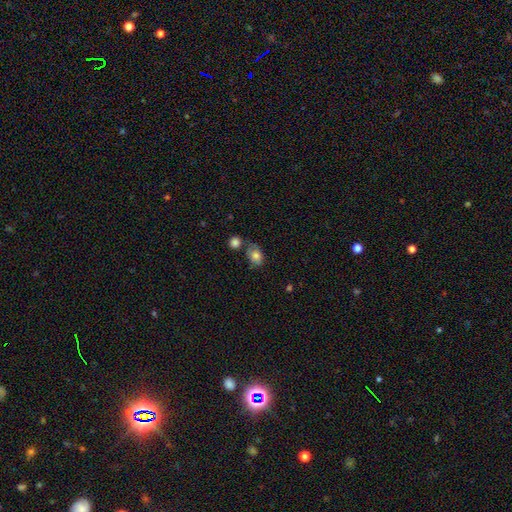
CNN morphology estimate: smooth-or-featured: smooth: 78% | featured or disk: 13% | star or artifact: 9%
  how-rounded: in between: 72% | round: 27% | cigar-shaped: 1%
  merging: none: 49% | minor disturbance: 23% | merger: 20% | major disturbance: 8%